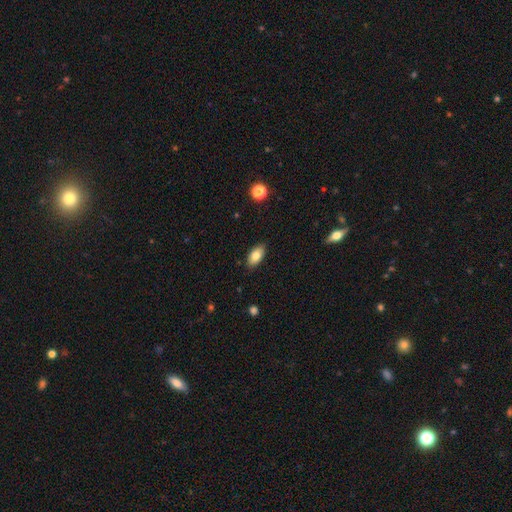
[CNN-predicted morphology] Smooth or featured?
  - smooth: 79% *
  - featured or disk: 14%
  - star or artifact: 7%
How rounded?
  - in between: 92% *
  - cigar-shaped: 5%
  - round: 4%
Merging?
  - none: 86% *
  - minor disturbance: 10%
  - major disturbance: 2%
  - merger: 1%